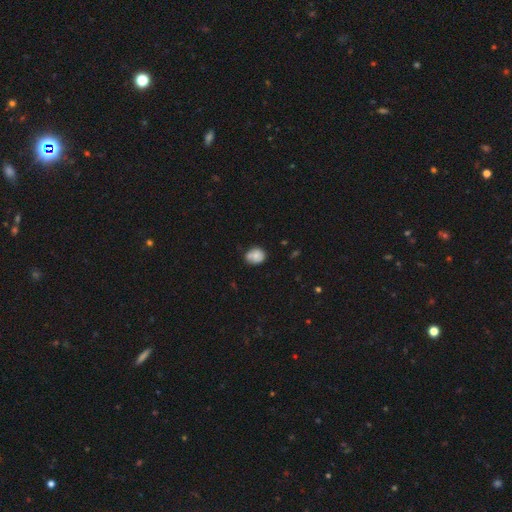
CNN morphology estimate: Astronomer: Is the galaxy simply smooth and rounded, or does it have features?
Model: smooth — 73%.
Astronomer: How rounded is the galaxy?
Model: round — 63%.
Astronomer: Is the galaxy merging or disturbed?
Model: none — 56%.